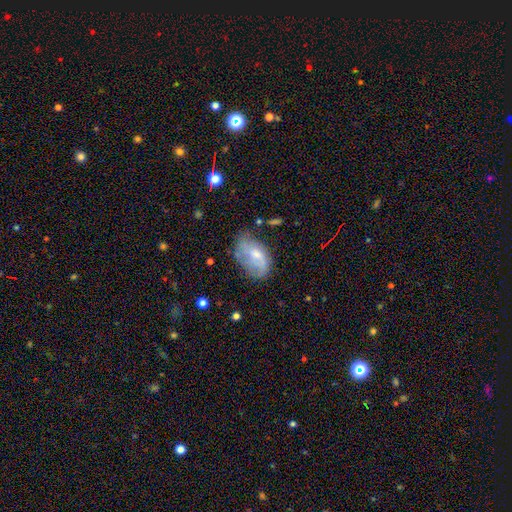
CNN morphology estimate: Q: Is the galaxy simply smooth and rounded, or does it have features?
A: featured or disk — 49%.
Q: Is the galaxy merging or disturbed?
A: none — 52%.